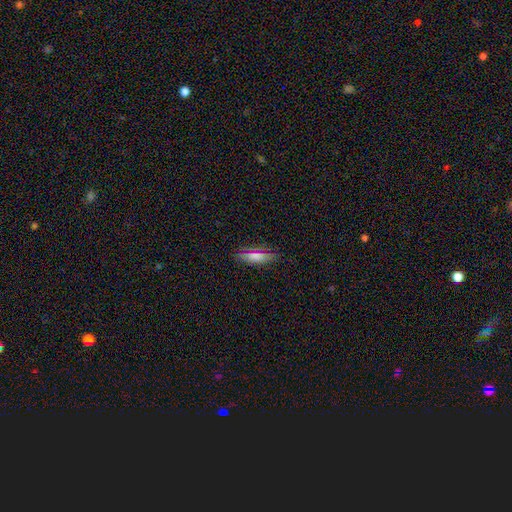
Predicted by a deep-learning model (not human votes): Q: Smooth or featured?
A: smooth (76%); runner-up: featured or disk (12%)
Q: How rounded?
A: in between (64%); runner-up: cigar-shaped (33%)
Q: Merging?
A: none (84%); runner-up: minor disturbance (12%)